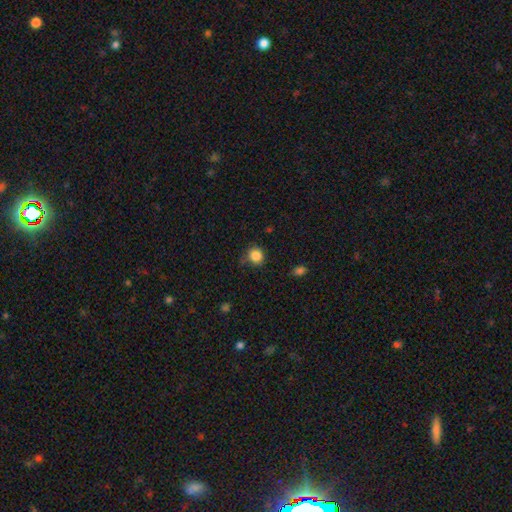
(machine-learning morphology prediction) The model was most divided on "merging": none: 73%, minor disturbance: 20%, major disturbance: 5%, merger: 2%. More confident: how rounded — round (87%); smooth or featured — smooth (85%).